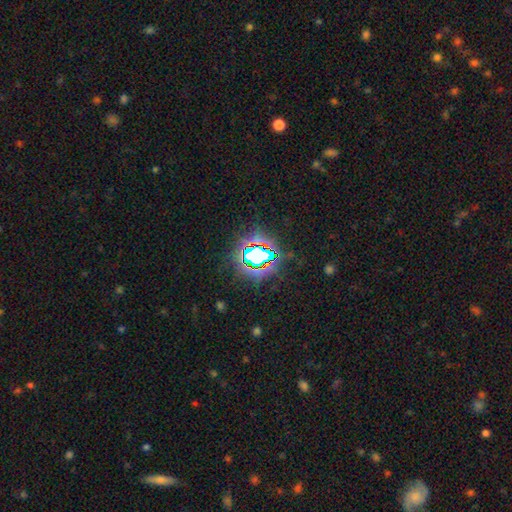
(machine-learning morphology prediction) Overall: star or artifact (72%).